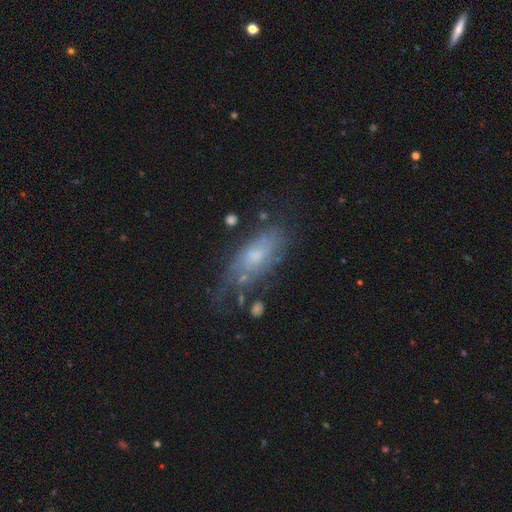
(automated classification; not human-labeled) Smooth or featured?
  - featured or disk: 51% *
  - smooth: 38%
  - star or artifact: 11%
Edge-on disk?
  - no: 85% *
  - yes: 15%
Merging?
  - none: 48% *
  - minor disturbance: 27%
  - major disturbance: 19%
  - merger: 6%